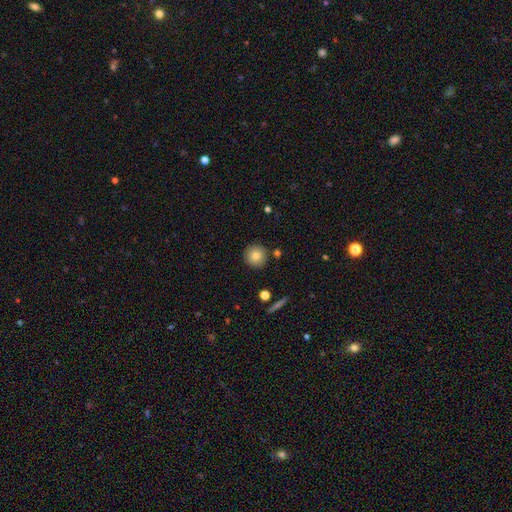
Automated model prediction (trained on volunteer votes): smooth 81%, featured or disk 10%, star or artifact 10%. Down the decision tree: how rounded — round (95%); merging — none (90%).